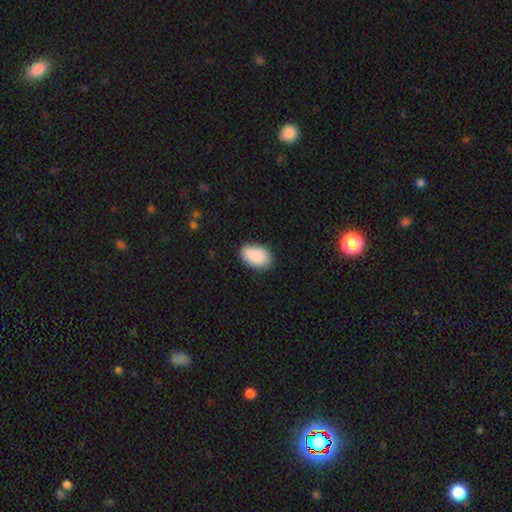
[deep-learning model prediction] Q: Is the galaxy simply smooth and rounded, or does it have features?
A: smooth — 89%.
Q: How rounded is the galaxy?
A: in between — 91%.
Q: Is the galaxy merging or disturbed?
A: none — 82%.